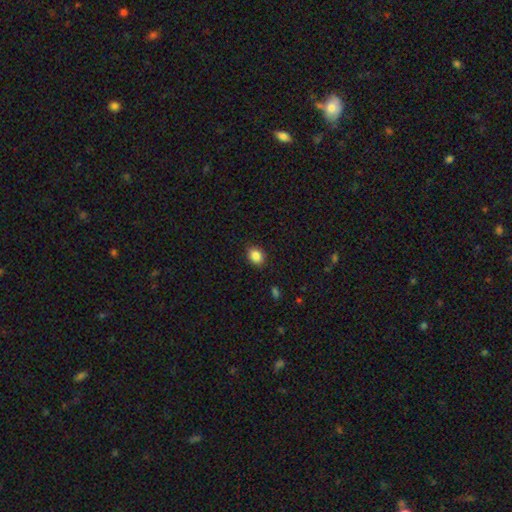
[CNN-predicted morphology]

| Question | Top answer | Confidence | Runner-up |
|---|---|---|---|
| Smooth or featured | smooth | 87% | star or artifact (9%) |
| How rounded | in between | 57% | round (42%) |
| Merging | none | 89% | minor disturbance (8%) |